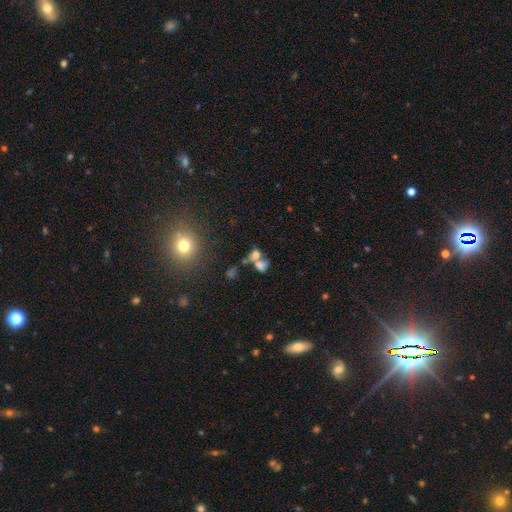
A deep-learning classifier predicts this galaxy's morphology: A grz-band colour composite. It shows a smooth galaxy with no disk features (64%) that is in between round and cigar-shaped (59%). Merging: merger (59%).